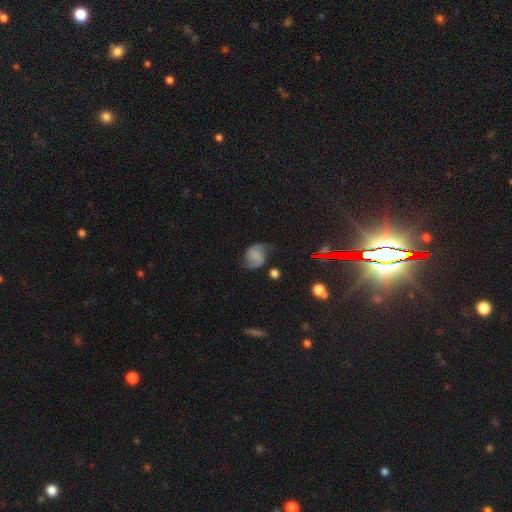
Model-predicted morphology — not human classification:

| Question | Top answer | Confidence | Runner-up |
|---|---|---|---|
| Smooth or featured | featured or disk | 62% | smooth (27%) |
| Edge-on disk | no | 97% | yes (3%) |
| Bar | no | 43% | weak (39%) |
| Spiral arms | yes | 92% | no (8%) |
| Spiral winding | loose | 47% | medium (39%) |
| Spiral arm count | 2 | 89% | can't tell (5%) |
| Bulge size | none | 63% | small (22%) |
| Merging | none | 66% | minor disturbance (22%) |